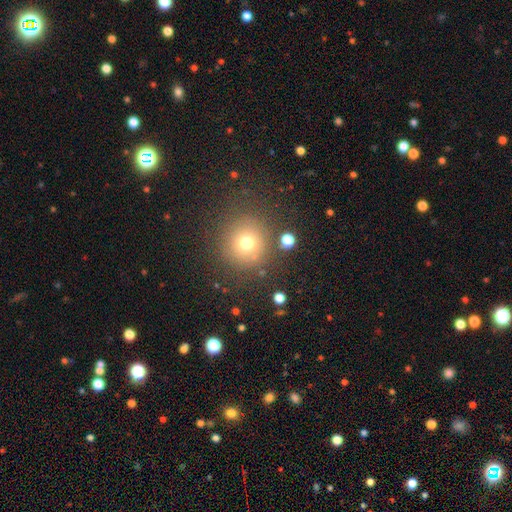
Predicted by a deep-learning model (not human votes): Overall: smooth (64%; star or artifact 27%). How rounded: round (94%). Merging: none (86%).